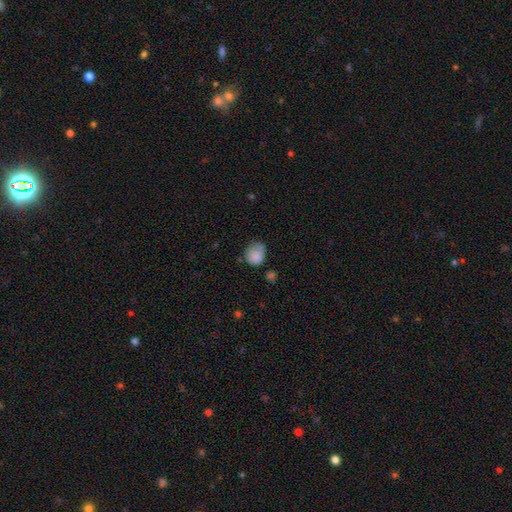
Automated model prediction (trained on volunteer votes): This appears to be a smooth galaxy with no disk features (82%) that is round (63%). Merging: none (51%).